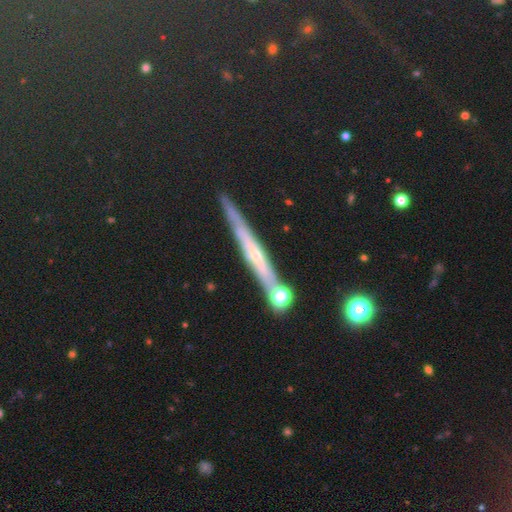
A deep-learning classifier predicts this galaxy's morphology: Smooth or featured? featured or disk (41%)
Merging? none (81%)